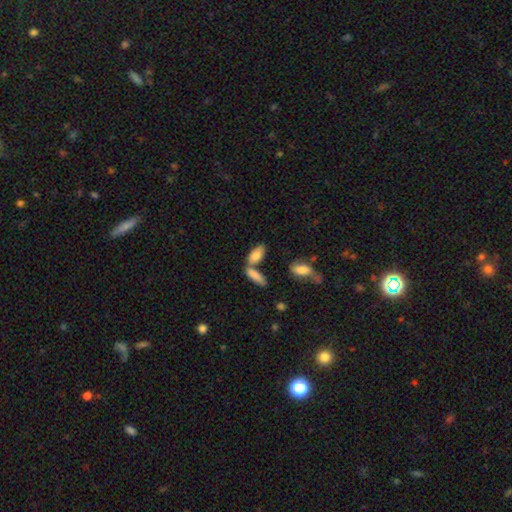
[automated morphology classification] This is likely a smooth galaxy (78%). How rounded: clearly in between (84%). Merging: possibly none (52%).